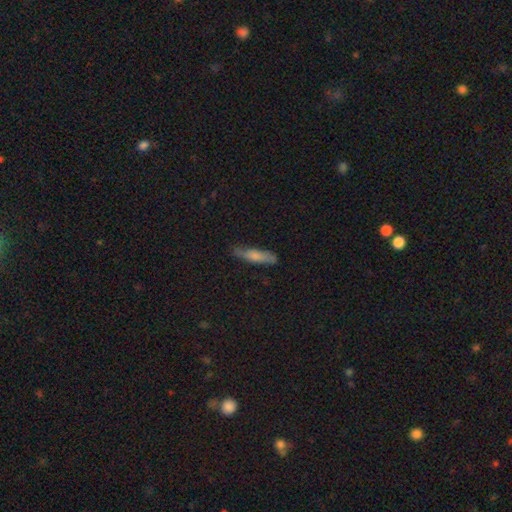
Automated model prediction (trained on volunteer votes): Smooth or featured: smooth — 67% (featured or disk — 27%)
How rounded: cigar-shaped — 78% (in between — 21%)
Merging: none — 72% (minor disturbance — 22%)